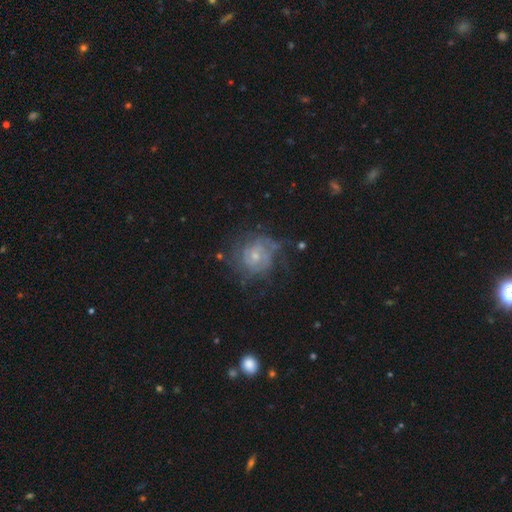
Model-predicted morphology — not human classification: Overall: featured or disk (70%). Edge-on disk: no (98%). Bar: no (70%). Spiral arms: yes (78%). Spiral arm count: can't tell (52%; 2 21%). Spiral winding: tight (59%; medium 30%). Bulge size: small (59%; moderate 34%). Merging: none (57%; minor disturbance 22%).